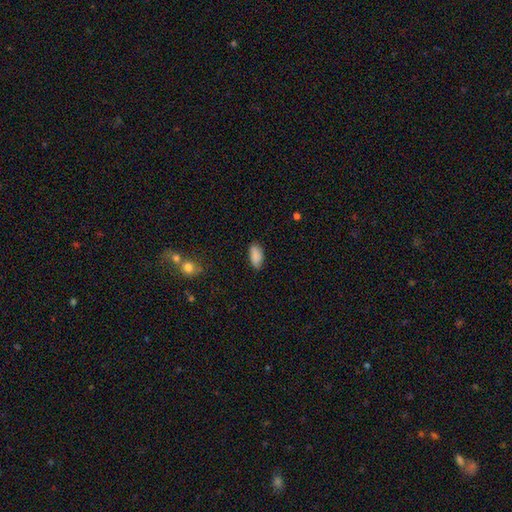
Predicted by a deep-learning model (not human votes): Smooth or featured?
  - smooth: 86% *
  - star or artifact: 7%
  - featured or disk: 6%
How rounded?
  - in between: 91% *
  - cigar-shaped: 6%
  - round: 3%
Merging?
  - none: 77% *
  - minor disturbance: 18%
  - major disturbance: 3%
  - merger: 2%